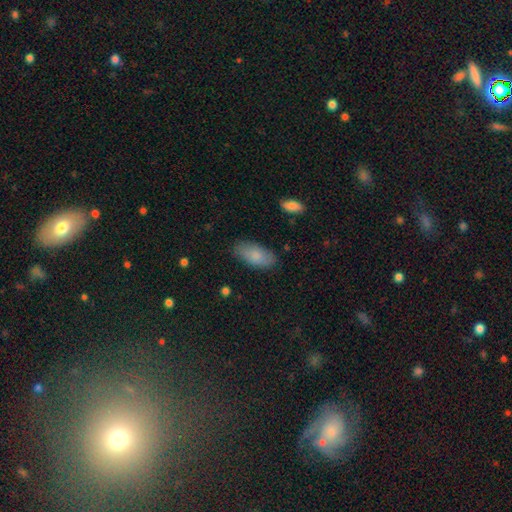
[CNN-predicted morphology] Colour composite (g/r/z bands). It shows a smooth galaxy with no disk features (82%) that is in between round and cigar-shaped (91%). Merging: none (81%).